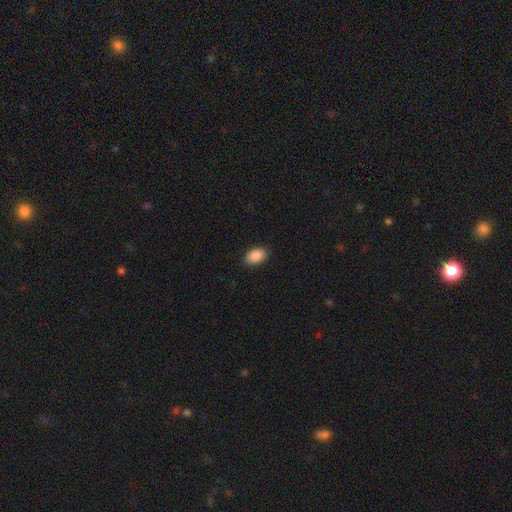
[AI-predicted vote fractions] This is clearly a smooth galaxy (89%). How rounded: clearly in between (91%). Merging: clearly none (88%).